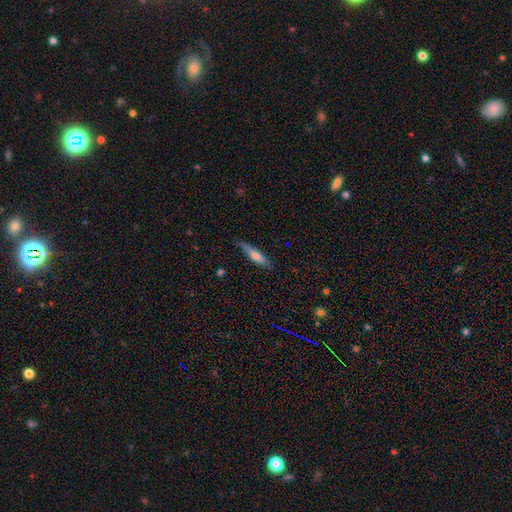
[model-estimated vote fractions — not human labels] Smooth or featured: smooth — 63% (featured or disk — 31%)
How rounded: cigar-shaped — 81% (in between — 17%)
Merging: none — 76% (minor disturbance — 19%)